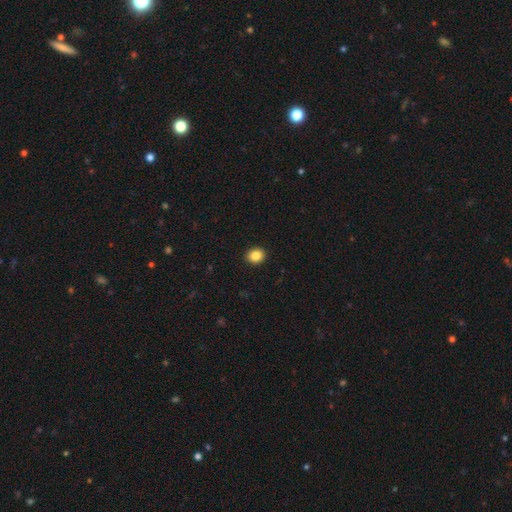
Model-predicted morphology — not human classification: A smooth galaxy with no disk features (86%) that is round (68%).

Vote fractions:
- Smooth or featured? smooth: 86% / star or artifact: 10% / featured or disk: 4%
- How rounded? round: 68% / in between: 32% / cigar-shaped: 1%
- Merging? none: 92% / minor disturbance: 6% / major disturbance: 2% / merger: 1%